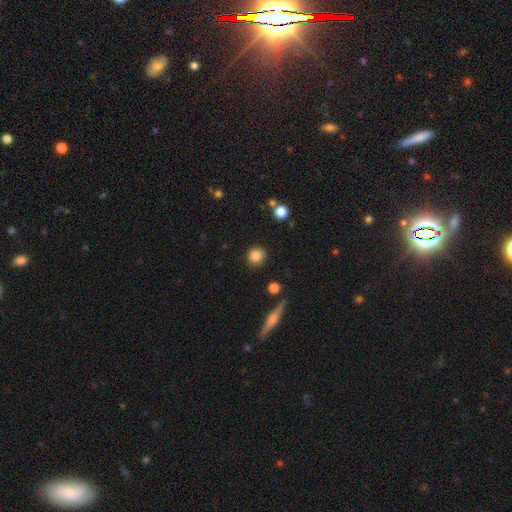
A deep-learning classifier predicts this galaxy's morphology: This appears to be a smooth galaxy with no disk features (85%) that is round (89%). Merging: none (88%).